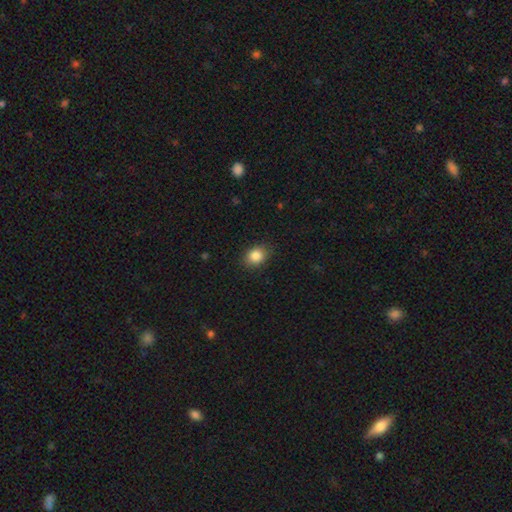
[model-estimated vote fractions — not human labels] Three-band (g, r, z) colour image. It shows a smooth galaxy with no disk features (87%) that is in between round and cigar-shaped (57%). Merging: none (85%).